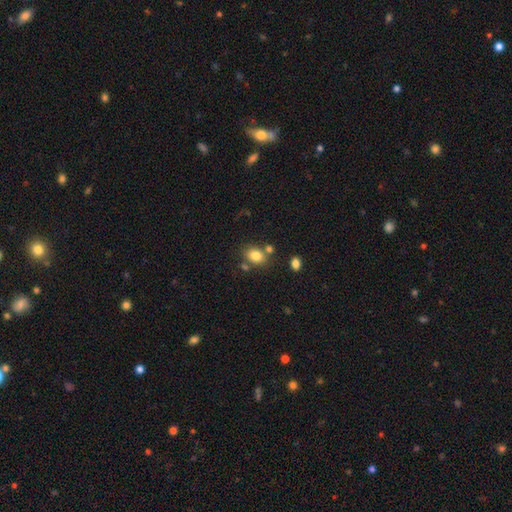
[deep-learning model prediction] A smooth galaxy with no disk features (82%) that is in between round and cigar-shaped (67%). Merging: none (68%).